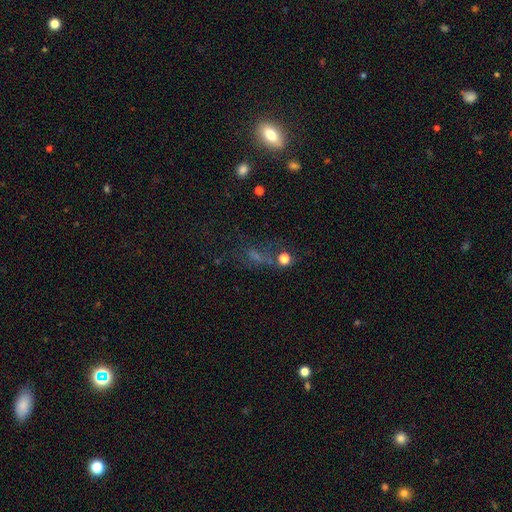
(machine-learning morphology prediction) Smooth or featured: star or artifact — 42% (smooth — 33%)